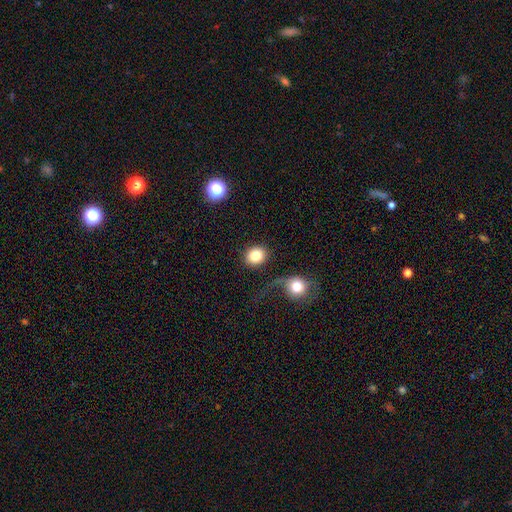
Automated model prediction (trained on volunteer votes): Smooth or featured? Predicted: smooth (p=0.83). How rounded? Predicted: round (p=0.71). Merging? Predicted: none (p=0.76).